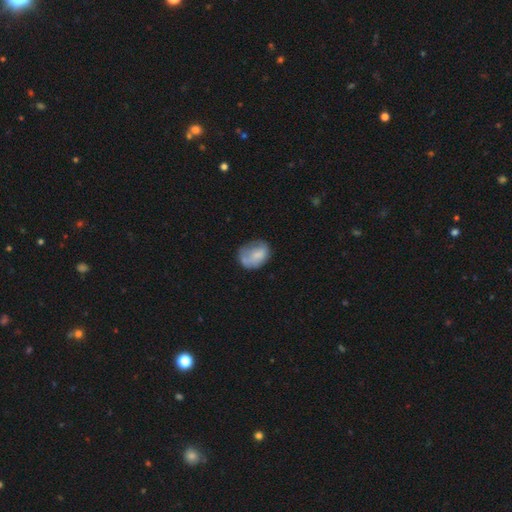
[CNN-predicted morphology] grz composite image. It shows a smooth galaxy with no disk features (69%) that is in between round and cigar-shaped (61%). Merging: none (43%).